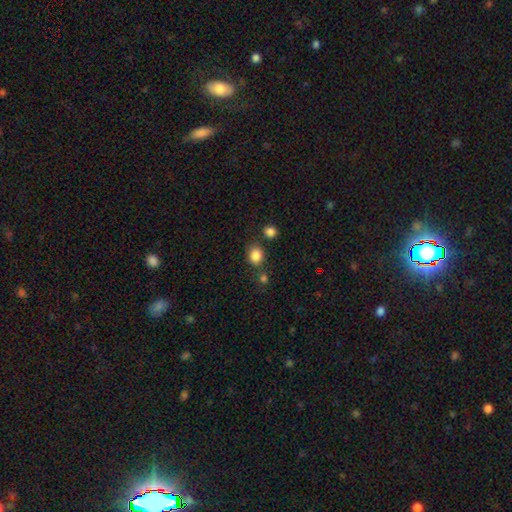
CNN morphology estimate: Smooth or featured? smooth (85%)
How rounded? round (67%)
Merging? none (74%)